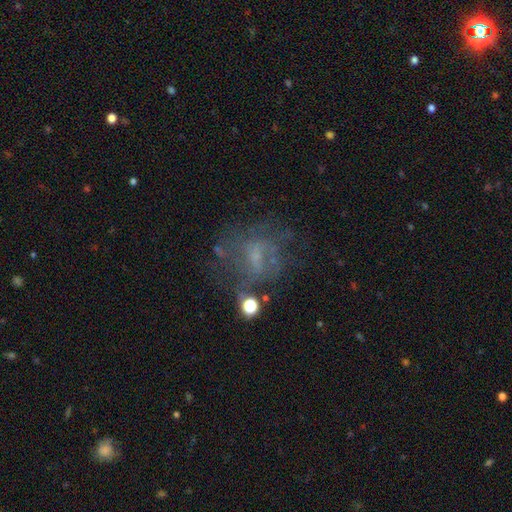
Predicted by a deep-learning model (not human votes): smooth_or_featured: featured or disk (p=0.53) [alt: smooth p=0.25]
disk_edge_on: no (p=0.96) [alt: yes p=0.04]
bar: no (p=0.50) [alt: weak p=0.40]
has_spiral_arms: yes (p=0.53) [alt: no p=0.47]
bulge_size: small (p=0.44) [alt: none p=0.34]
merging: none (p=0.55) [alt: major disturbance p=0.22]